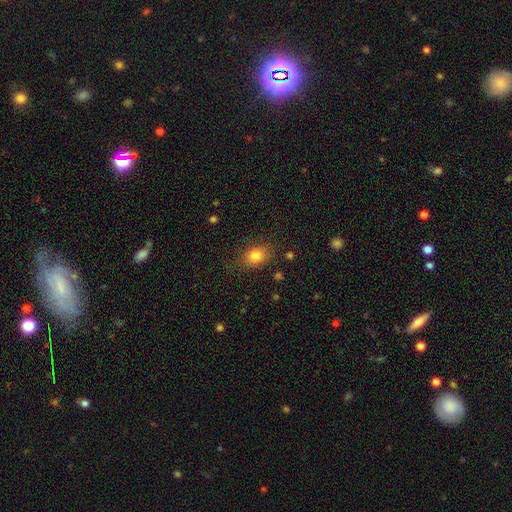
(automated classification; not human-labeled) Smooth or featured?
  - smooth: 82% *
  - star or artifact: 10%
  - featured or disk: 8%
How rounded?
  - in between: 63% *
  - round: 36%
  - cigar-shaped: 1%
Merging?
  - none: 77% *
  - minor disturbance: 16%
  - major disturbance: 6%
  - merger: 2%